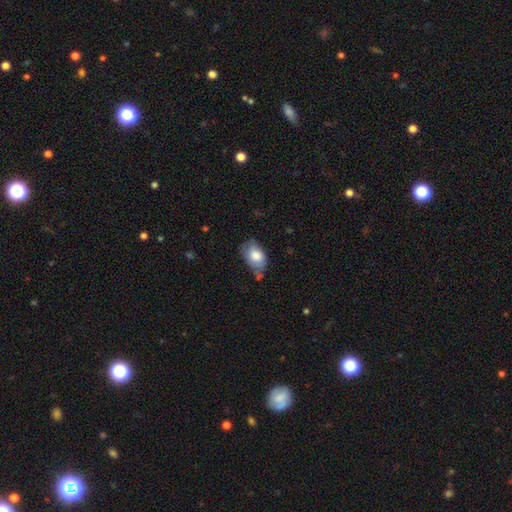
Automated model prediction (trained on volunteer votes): Morphology: type=smooth (76%); roundness=in between (90%); merging=none (44%).